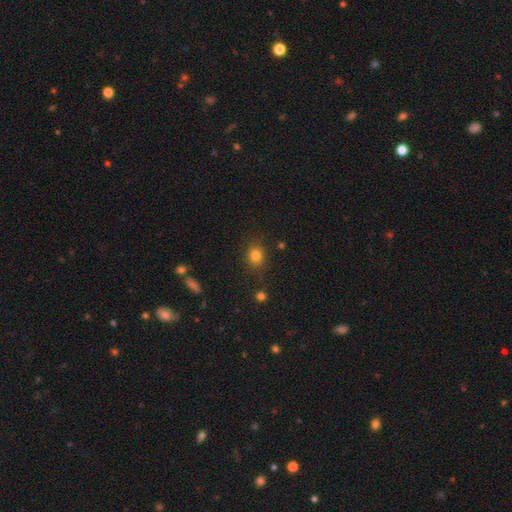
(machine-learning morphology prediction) This is clearly a smooth galaxy (81%). How rounded: likely round (65%). Merging: clearly none (83%).